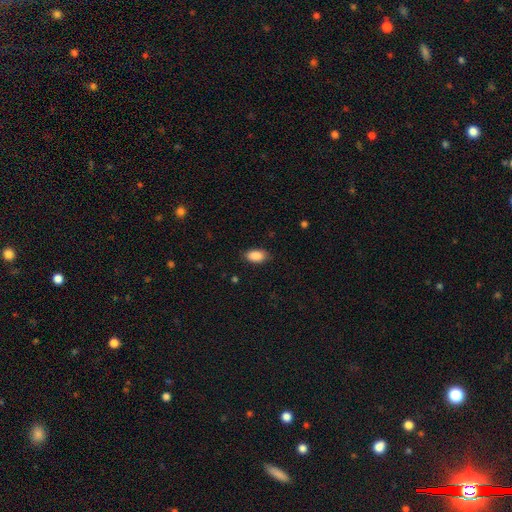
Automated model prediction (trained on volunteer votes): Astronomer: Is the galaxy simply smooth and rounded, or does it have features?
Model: smooth — 90%.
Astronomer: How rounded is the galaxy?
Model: in between — 93%.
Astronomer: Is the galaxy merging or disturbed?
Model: none — 85%.